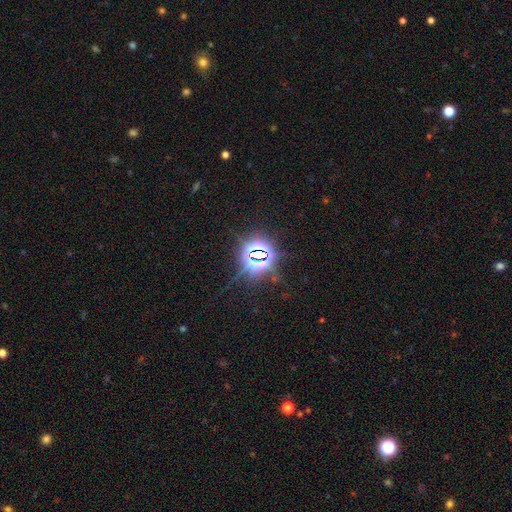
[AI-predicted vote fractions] Smooth or featured? star or artifact (83%)